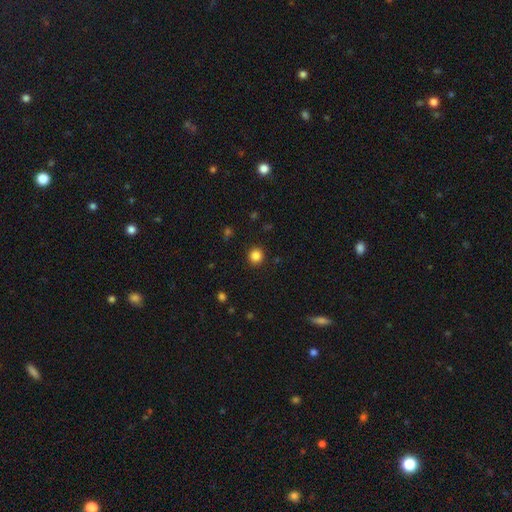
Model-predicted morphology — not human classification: This appears to be a smooth galaxy with no disk features (85%) that is round (91%). Merging: none (92%).